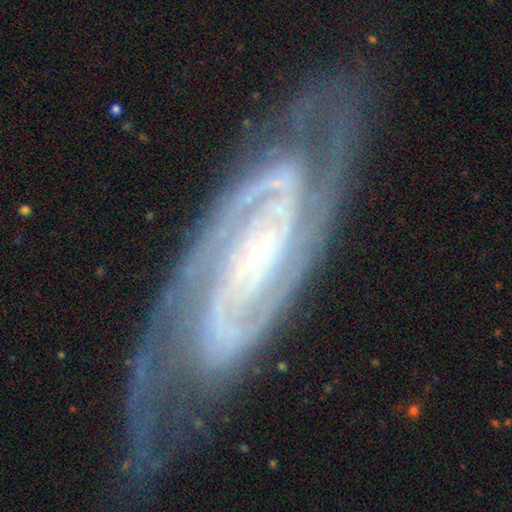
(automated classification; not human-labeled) featured or disk 91%, star or artifact 5%, smooth 4%. Down the decision tree: edge-on disk — no (94%); bar — strong (39%); spiral arms — yes (98%); spiral arm count — 2 (67%); spiral winding — tight (58%); bulge size — small (82%); merging — none (72%).